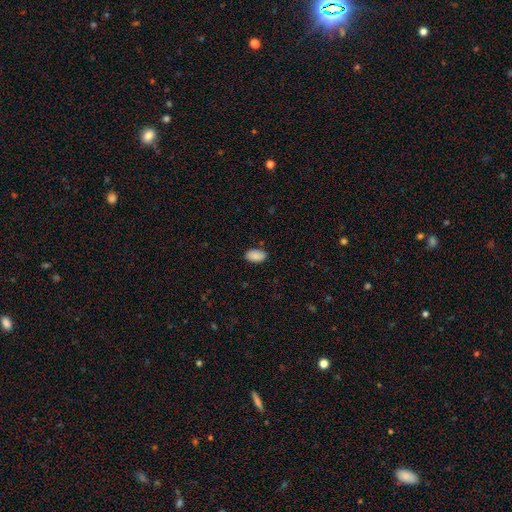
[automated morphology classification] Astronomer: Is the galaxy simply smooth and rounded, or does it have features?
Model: smooth — 89%.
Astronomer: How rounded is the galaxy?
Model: in between — 94%.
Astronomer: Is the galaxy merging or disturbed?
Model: none — 84%.